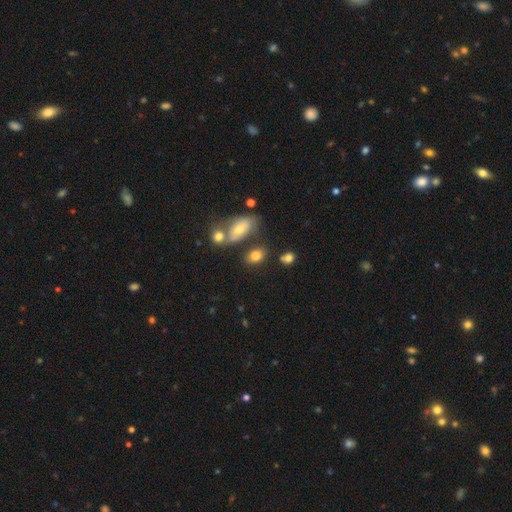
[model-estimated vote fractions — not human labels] Smooth or featured? smooth (78%)
How rounded? in between (81%)
Merging? none (62%)